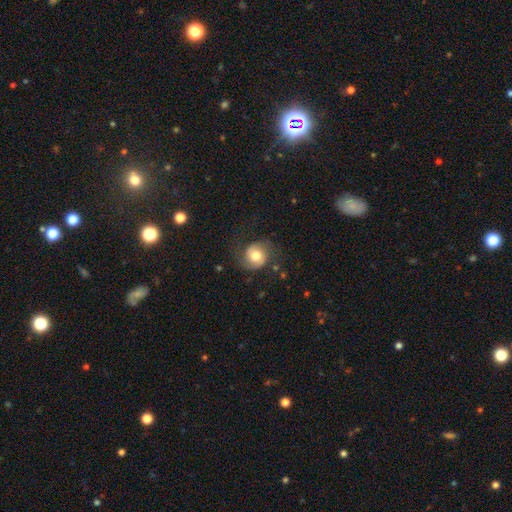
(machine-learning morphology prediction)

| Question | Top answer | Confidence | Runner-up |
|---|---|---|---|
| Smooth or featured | smooth | 56% | featured or disk (35%) |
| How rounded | round | 79% | in between (20%) |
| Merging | none | 64% | minor disturbance (20%) |